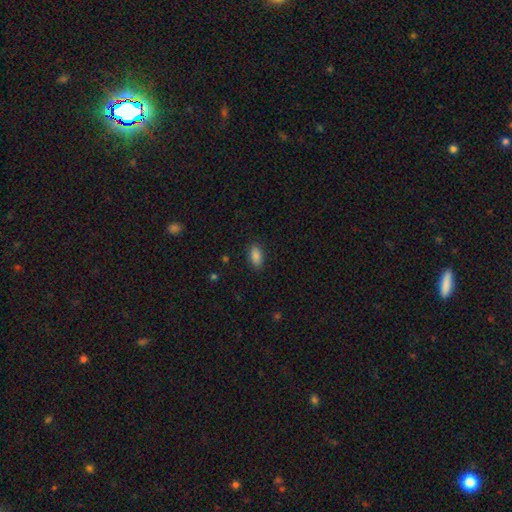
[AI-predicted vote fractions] smooth_or_featured: smooth (p=0.87) [alt: star or artifact p=0.08]
how_rounded: in between (p=0.91) [alt: cigar-shaped p=0.05]
merging: none (p=0.87) [alt: minor disturbance p=0.09]